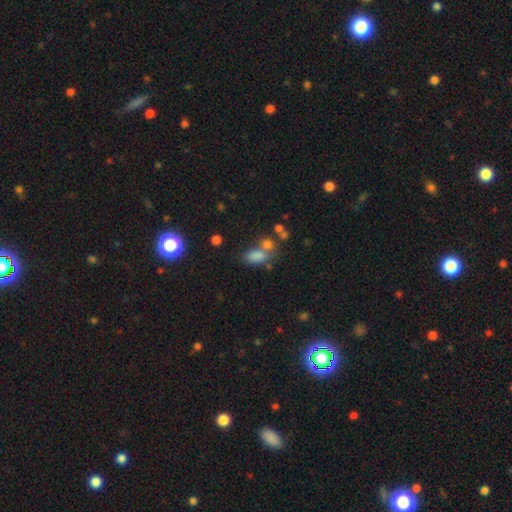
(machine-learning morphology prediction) The model was most divided on "merging": none: 45%, merger: 31%, minor disturbance: 15%, major disturbance: 8%. More confident: how rounded — in between (86%); smooth or featured — smooth (77%).